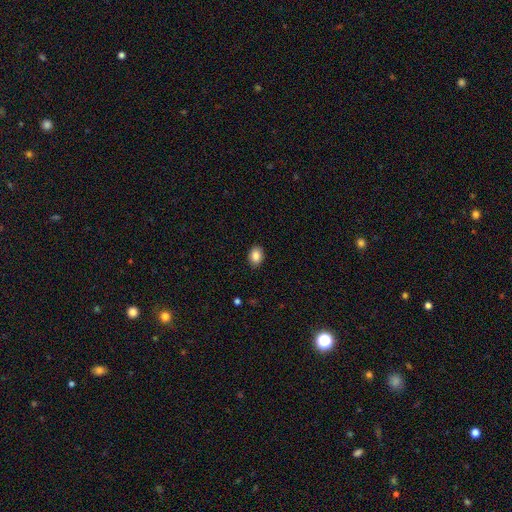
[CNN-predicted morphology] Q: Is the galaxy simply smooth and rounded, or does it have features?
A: smooth — 86%.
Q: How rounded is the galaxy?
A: in between — 73%.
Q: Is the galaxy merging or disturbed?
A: none — 90%.